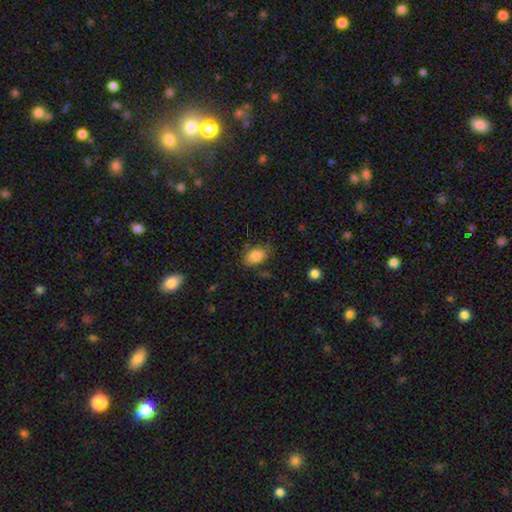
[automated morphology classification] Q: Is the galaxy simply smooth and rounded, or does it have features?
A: smooth — 83%.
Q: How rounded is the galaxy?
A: in between — 88%.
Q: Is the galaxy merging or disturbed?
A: none — 69%.